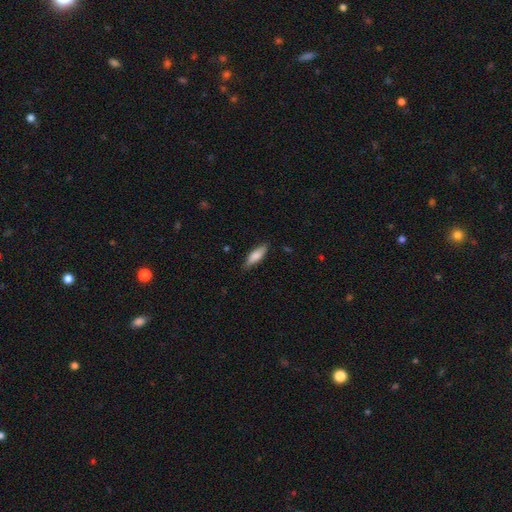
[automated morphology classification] Overall: smooth (79%). How rounded: cigar-shaped (52%; in between 46%). Merging: none (82%).